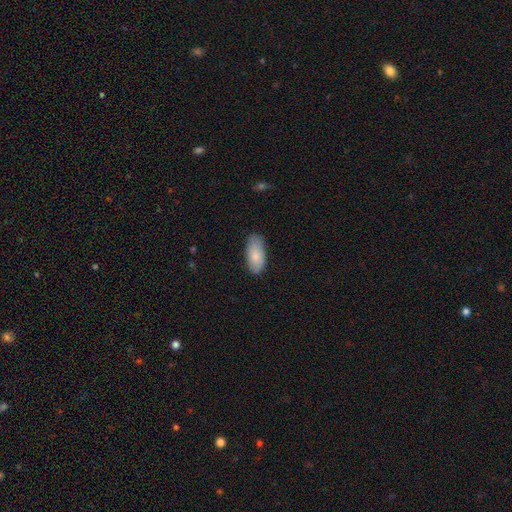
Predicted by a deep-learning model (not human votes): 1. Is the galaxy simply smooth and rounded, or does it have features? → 83% smooth, 12% featured or disk, 6% star or artifact.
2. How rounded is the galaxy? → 91% in between, 7% cigar-shaped, 2% round.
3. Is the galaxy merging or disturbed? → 79% none, 17% minor disturbance, 3% major disturbance, 1% merger.